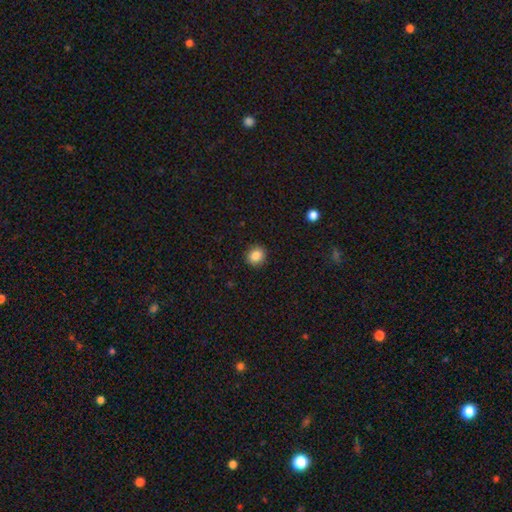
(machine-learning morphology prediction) Smooth or featured? Predicted: smooth (p=0.86). How rounded? Predicted: round (p=0.81). Merging? Predicted: none (p=0.91).